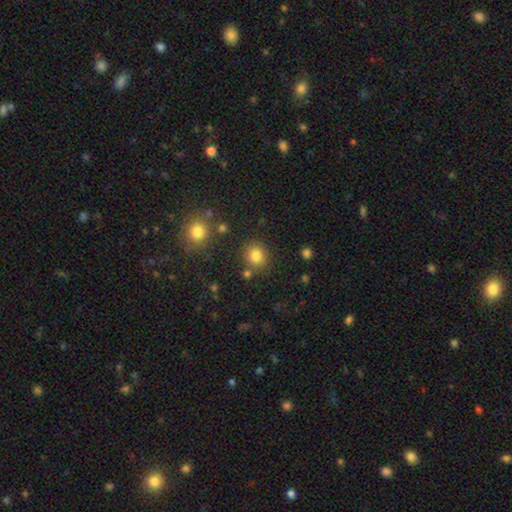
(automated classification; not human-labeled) smooth 82%, star or artifact 12%, featured or disk 5%. Down the decision tree: how rounded — round (83%); merging — none (81%).